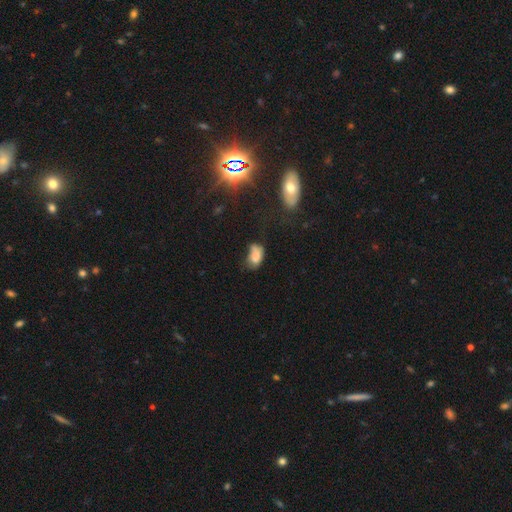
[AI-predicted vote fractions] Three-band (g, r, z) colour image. It shows a smooth galaxy with no disk features (72%) that is in between round and cigar-shaped (87%). Merging: none (32%).